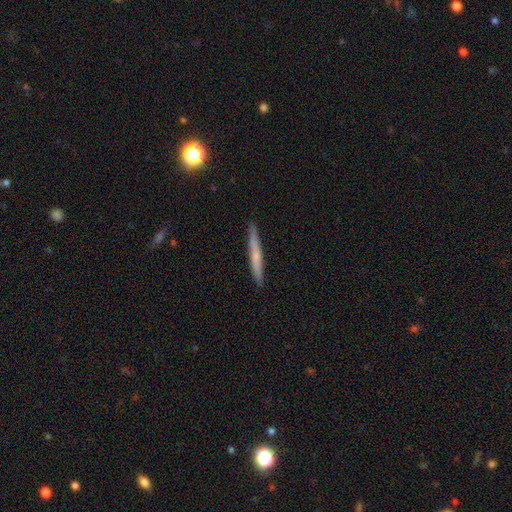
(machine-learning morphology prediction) smooth 53%, featured or disk 41%, star or artifact 7%. Down the decision tree: how rounded — cigar-shaped (96%); merging — none (90%).